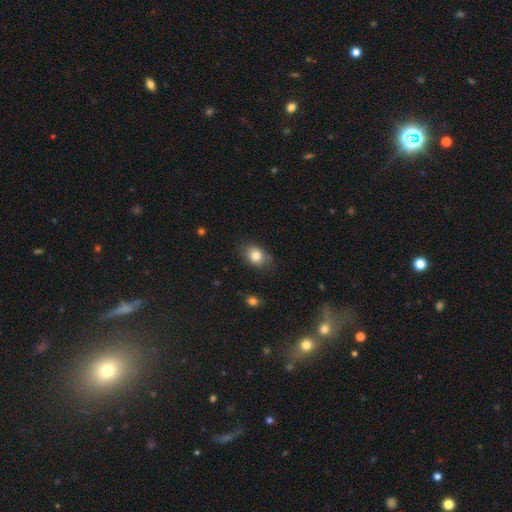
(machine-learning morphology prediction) type=smooth (81%); roundness=in between (65%); merging=none (74%).